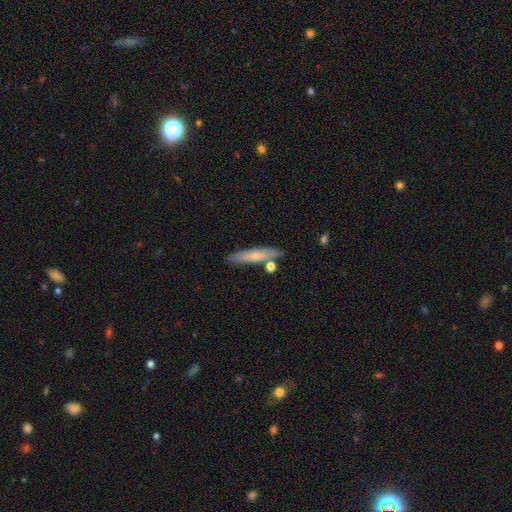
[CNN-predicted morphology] smooth-or-featured: smooth: 64% | featured or disk: 30% | star or artifact: 6%
  how-rounded: cigar-shaped: 86% | in between: 12% | round: 2%
  merging: none: 78% | minor disturbance: 12% | merger: 7% | major disturbance: 3%